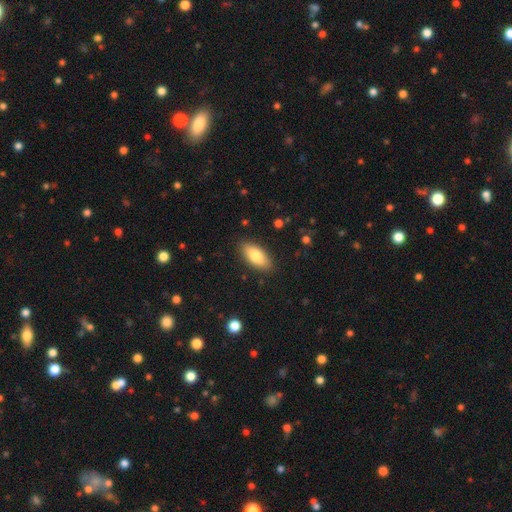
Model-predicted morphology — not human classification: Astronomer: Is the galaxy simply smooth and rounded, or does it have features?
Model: smooth — 80%.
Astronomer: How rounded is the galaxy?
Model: in between — 87%.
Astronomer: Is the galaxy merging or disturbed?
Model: none — 87%.